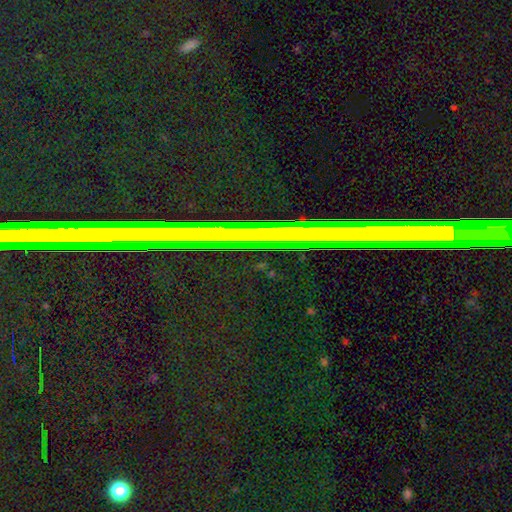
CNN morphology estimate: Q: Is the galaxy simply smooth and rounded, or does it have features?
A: star or artifact — 81%.